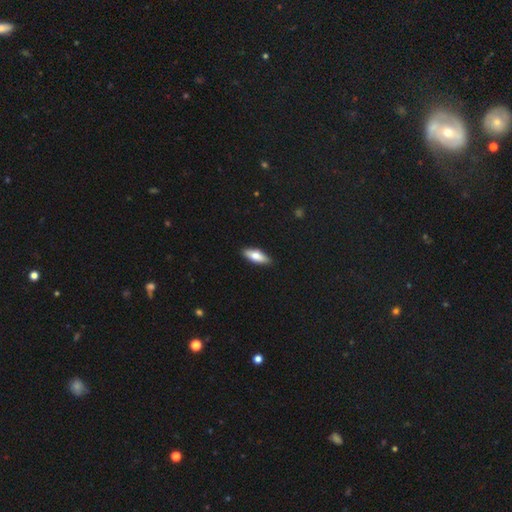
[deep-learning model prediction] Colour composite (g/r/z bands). It shows a smooth galaxy with no disk features (73%) that is in between round and cigar-shaped (64%). Merging: none (89%).